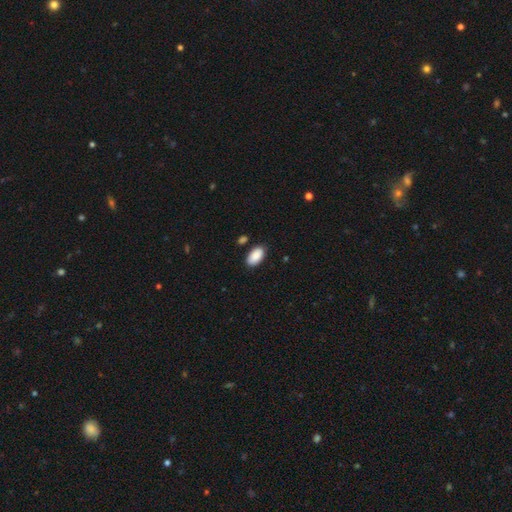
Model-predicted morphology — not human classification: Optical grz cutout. It shows a smooth galaxy with no disk features (90%) that is in between round and cigar-shaped (95%). Merging: none (84%).